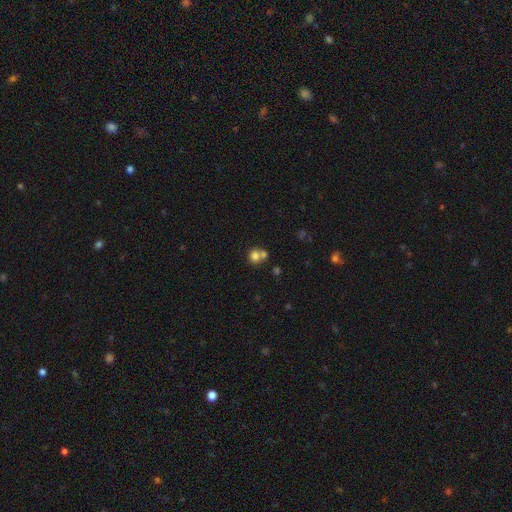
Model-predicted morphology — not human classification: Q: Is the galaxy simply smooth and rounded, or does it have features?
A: smooth — 76%.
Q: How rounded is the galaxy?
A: round — 82%.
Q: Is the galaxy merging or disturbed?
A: none — 45%.